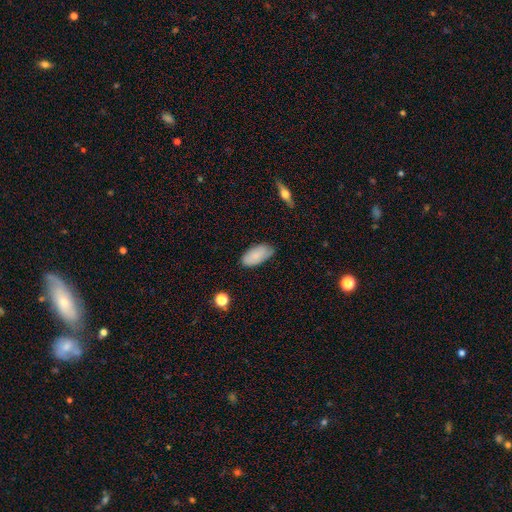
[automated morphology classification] Smooth or featured?
  - smooth: 82% *
  - featured or disk: 11%
  - star or artifact: 7%
How rounded?
  - in between: 93% *
  - cigar-shaped: 4%
  - round: 2%
Merging?
  - none: 74% *
  - minor disturbance: 21%
  - major disturbance: 4%
  - merger: 1%